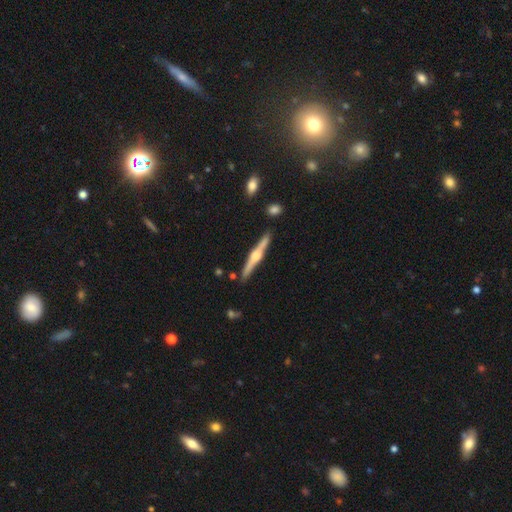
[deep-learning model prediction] A featured or disk galaxy (79%) viewed edge-on (98%) with a rounded central bulge (89%). Merging: none (88%).